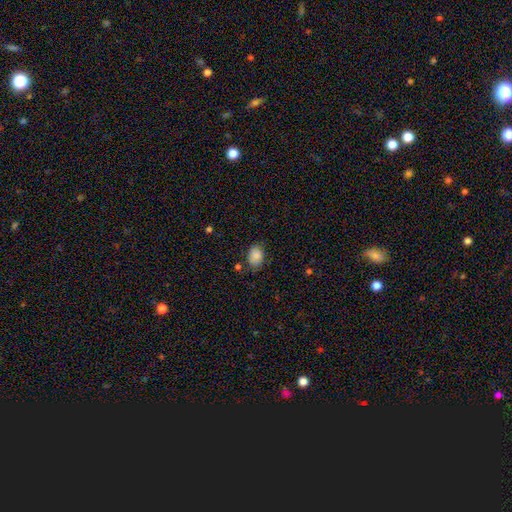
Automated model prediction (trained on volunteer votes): Smooth or featured? smooth (86%)
How rounded? in between (76%)
Merging? none (70%)